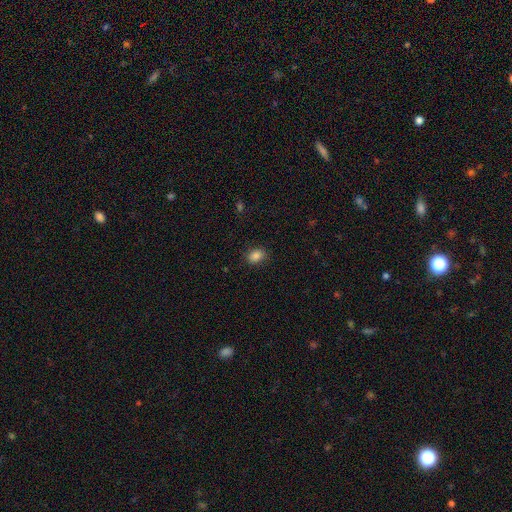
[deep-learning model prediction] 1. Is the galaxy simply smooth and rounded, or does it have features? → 86% smooth, 10% star or artifact, 4% featured or disk.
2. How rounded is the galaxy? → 70% in between, 29% round, 1% cigar-shaped.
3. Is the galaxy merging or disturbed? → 86% none, 10% minor disturbance, 3% major disturbance, 1% merger.